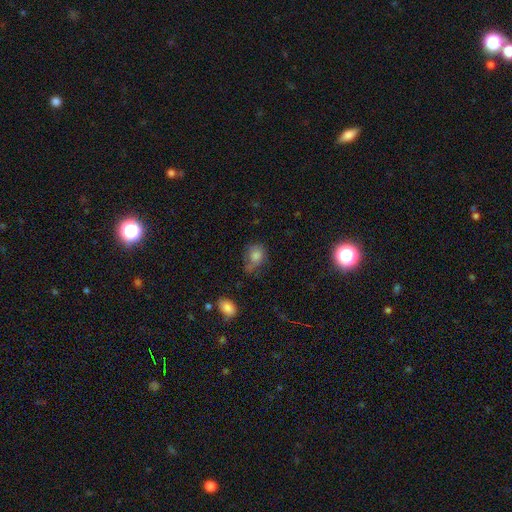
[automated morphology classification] smooth-or-featured: smooth: 71% | star or artifact: 16% | featured or disk: 14%
  how-rounded: round: 53% | in between: 45% | cigar-shaped: 1%
  merging: none: 51% | minor disturbance: 30% | major disturbance: 14% | merger: 6%